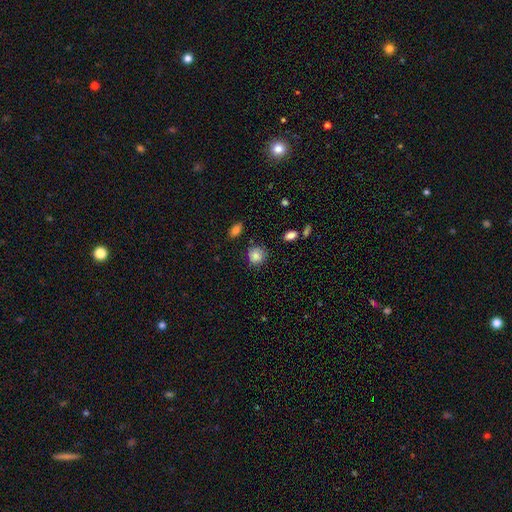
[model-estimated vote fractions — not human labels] Smooth or featured? Predicted: smooth (p=0.84). How rounded? Predicted: round (p=0.85). Merging? Predicted: none (p=0.78).